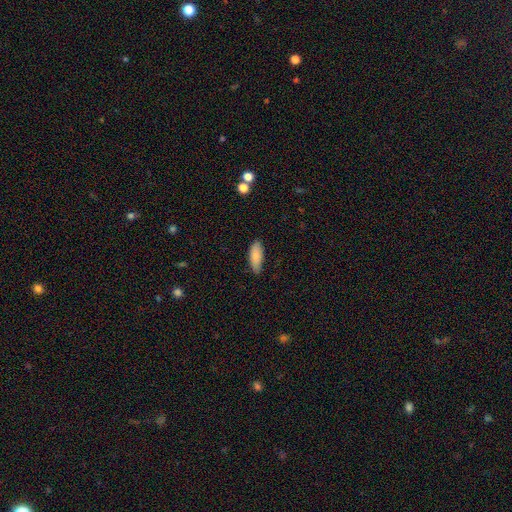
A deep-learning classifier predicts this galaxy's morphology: The model was most divided on "how rounded": in between: 74%, cigar-shaped: 24%, round: 2%. More confident: smooth or featured — smooth (84%); merging — none (79%).